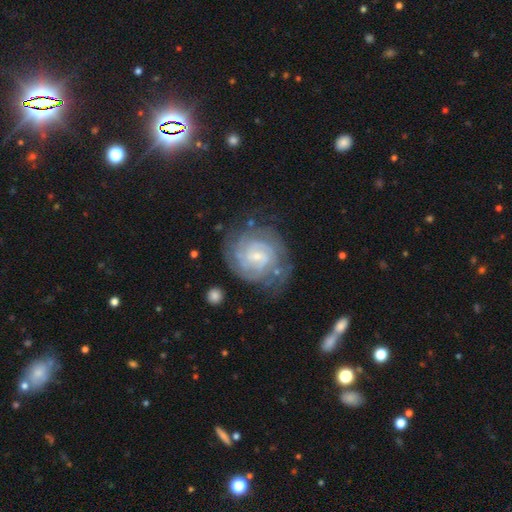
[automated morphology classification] Smooth or featured?
  - featured or disk: 75% *
  - smooth: 14%
  - star or artifact: 11%
Edge-on disk?
  - no: 97% *
  - yes: 3%
Bar?
  - weak: 49% *
  - no: 38%
  - strong: 12%
Spiral arms?
  - yes: 92% *
  - no: 8%
Spiral winding?
  - tight: 71% *
  - medium: 23%
  - loose: 6%
Spiral arm count?
  - can't tell: 46% *
  - 2: 19%
  - 3: 14%
  - 4: 10%
  - more than 4: 6%
  - 1: 5%
Bulge size?
  - small: 63% *
  - moderate: 28%
  - none: 5%
  - large: 2%
  - dominant: 1%
Merging?
  - none: 71% *
  - minor disturbance: 18%
  - major disturbance: 9%
  - merger: 3%